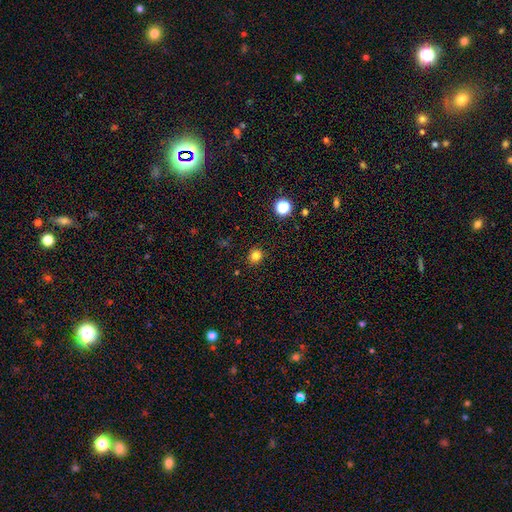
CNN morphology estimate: This is clearly a smooth galaxy (80%). How rounded: clearly round (83%). Merging: clearly none (90%).